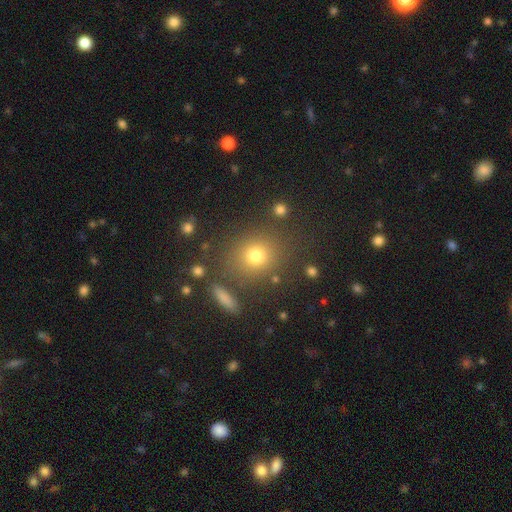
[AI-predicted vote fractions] Smooth or featured: smooth — 74% (star or artifact — 16%)
How rounded: round — 77% (in between — 21%)
Merging: none — 80% (minor disturbance — 10%)